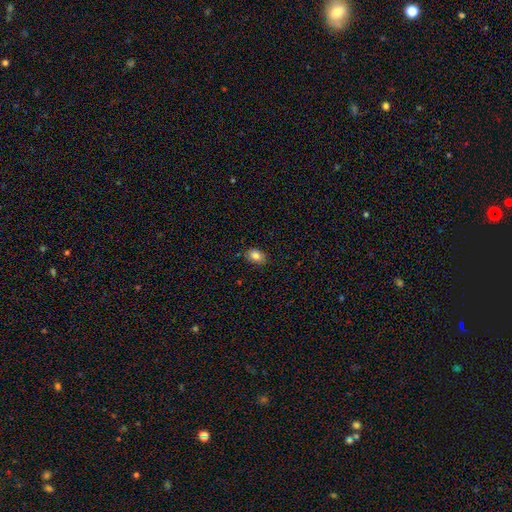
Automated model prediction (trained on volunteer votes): Overall: smooth (84%). How rounded: in between (75%). Merging: none (84%).